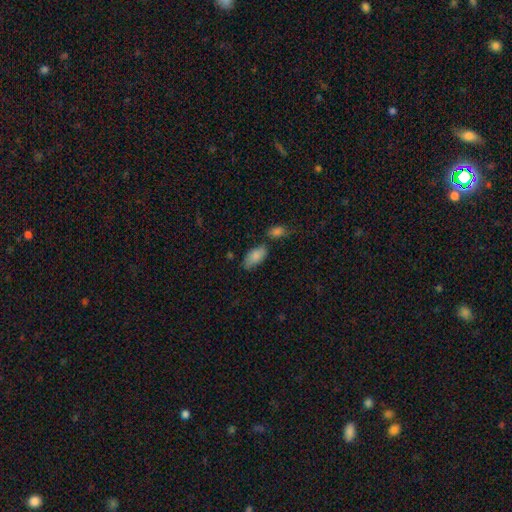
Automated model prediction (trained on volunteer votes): This is clearly a smooth galaxy (84%). How rounded: clearly in between (91%). Merging: possibly none (60%).